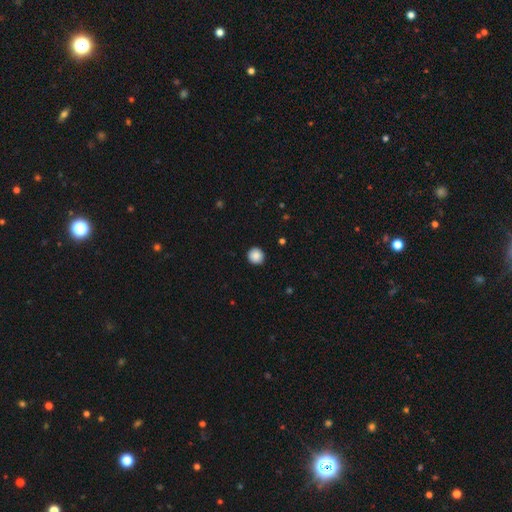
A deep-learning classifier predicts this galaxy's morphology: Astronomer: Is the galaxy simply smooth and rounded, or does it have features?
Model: smooth — 88%.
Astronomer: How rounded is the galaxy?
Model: round — 92%.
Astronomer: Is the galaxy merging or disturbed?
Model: none — 92%.